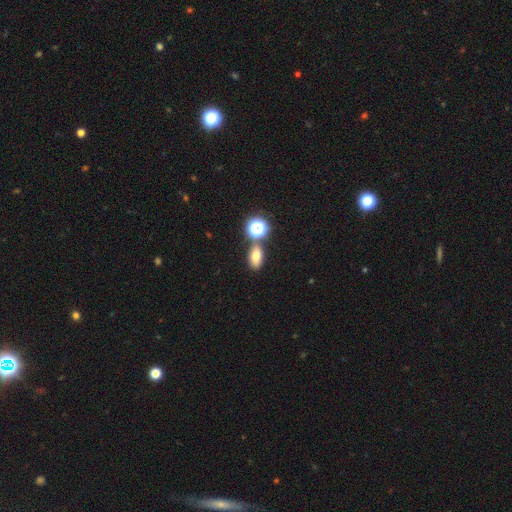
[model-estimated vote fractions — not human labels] The model was most divided on "smooth or featured": smooth: 71%, star or artifact: 18%, featured or disk: 12%. More confident: how rounded — in between (77%); merging — none (72%).